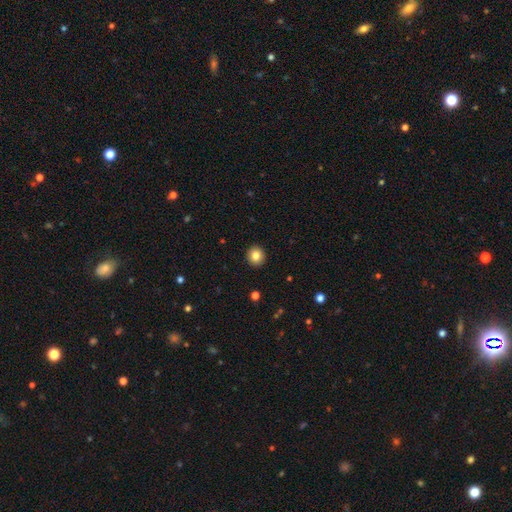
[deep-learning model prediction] Smooth or featured: smooth — 83% (star or artifact — 10%)
How rounded: round — 91% (in between — 8%)
Merging: none — 93% (minor disturbance — 5%)